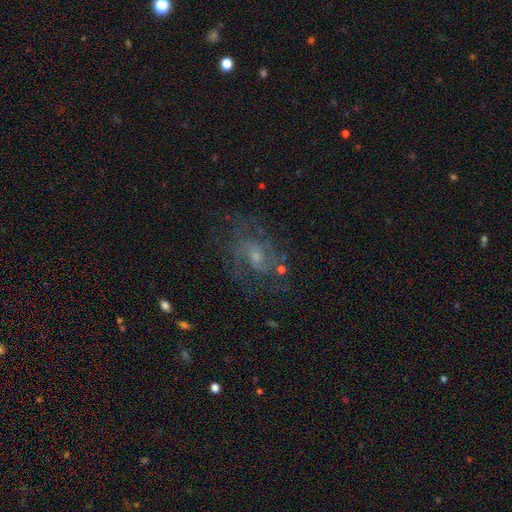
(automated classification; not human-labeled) smooth_or_featured: featured or disk (p=0.76) [alt: smooth p=0.12]
disk_edge_on: no (p=0.97) [alt: yes p=0.03]
bar: no (p=0.56) [alt: weak p=0.38]
has_spiral_arms: yes (p=0.90) [alt: no p=0.10]
spiral_winding: medium (p=0.50) [alt: tight p=0.31]
spiral_arm_count: 2 (p=0.55) [alt: can't tell p=0.23]
bulge_size: small (p=0.53) [alt: moderate p=0.36]
merging: none (p=0.69) [alt: minor disturbance p=0.17]